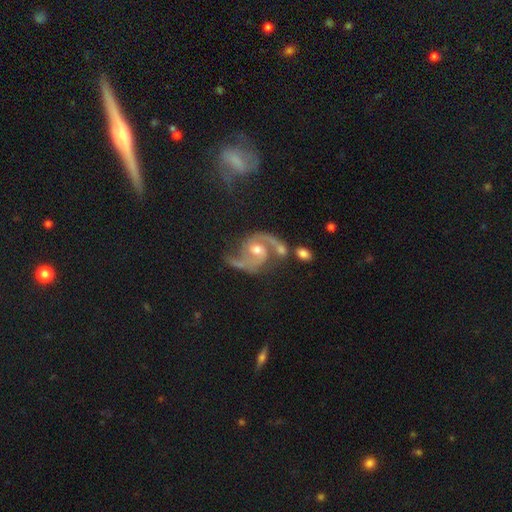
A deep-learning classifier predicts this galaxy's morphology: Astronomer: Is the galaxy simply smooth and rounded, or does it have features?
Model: featured or disk — 91%.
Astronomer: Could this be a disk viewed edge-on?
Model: no — 97%.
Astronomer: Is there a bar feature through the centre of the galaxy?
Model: no — 56% (runner-up: weak, 32%).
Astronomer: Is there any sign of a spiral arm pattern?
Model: yes — 97%.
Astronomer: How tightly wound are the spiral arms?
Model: medium — 56%.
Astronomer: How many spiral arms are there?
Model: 2 — 92%.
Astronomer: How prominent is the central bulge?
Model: moderate — 64%.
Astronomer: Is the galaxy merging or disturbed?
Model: none — 60%.